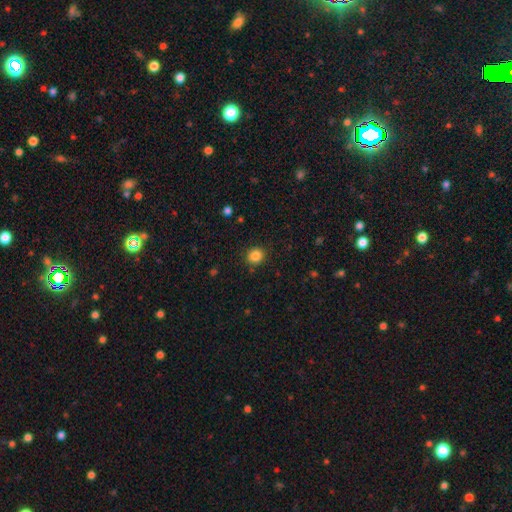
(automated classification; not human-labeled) Q: Smooth or featured?
A: smooth (85%); runner-up: star or artifact (11%)
Q: How rounded?
A: round (87%); runner-up: in between (13%)
Q: Merging?
A: none (89%); runner-up: minor disturbance (7%)